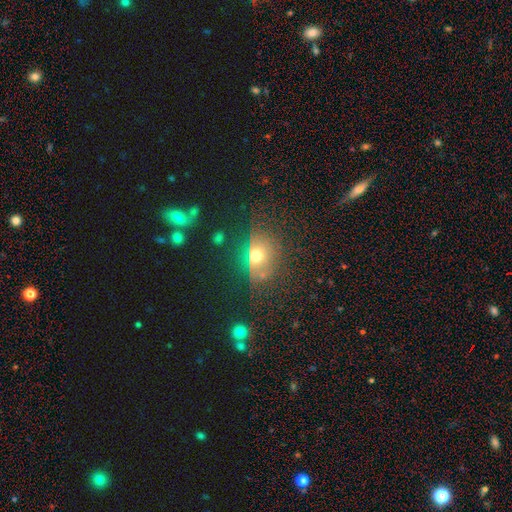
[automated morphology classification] smooth-or-featured: smooth: 59% | star or artifact: 24% | featured or disk: 17%
  how-rounded: round: 49% | in between: 48% | cigar-shaped: 3%
  merging: none: 69% | minor disturbance: 17% | major disturbance: 9% | merger: 4%